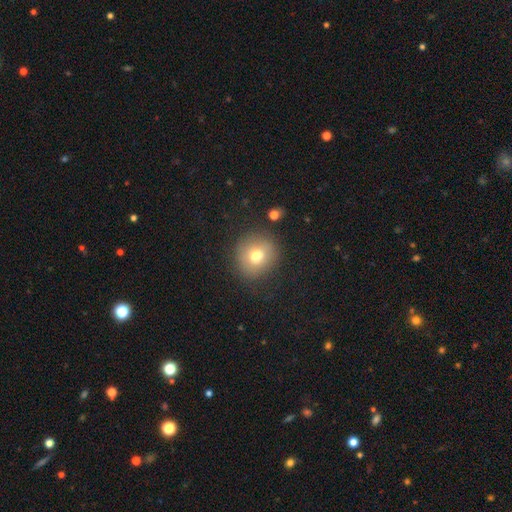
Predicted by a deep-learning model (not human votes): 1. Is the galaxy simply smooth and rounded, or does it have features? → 73% smooth, 15% featured or disk, 12% star or artifact.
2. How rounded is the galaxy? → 89% round, 10% in between, 1% cigar-shaped.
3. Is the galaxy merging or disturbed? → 84% none, 10% minor disturbance, 4% major disturbance, 2% merger.